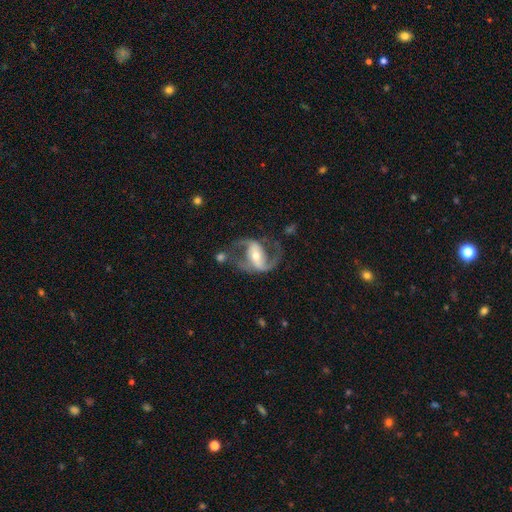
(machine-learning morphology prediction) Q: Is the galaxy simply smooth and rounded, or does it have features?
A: featured or disk — 88%.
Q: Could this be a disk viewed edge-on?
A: no — 97%.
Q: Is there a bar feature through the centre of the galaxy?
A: strong — 51%.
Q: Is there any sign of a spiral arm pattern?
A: yes — 94%.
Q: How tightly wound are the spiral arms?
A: medium — 50%.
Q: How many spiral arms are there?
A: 2 — 90%.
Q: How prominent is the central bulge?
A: moderate — 55%.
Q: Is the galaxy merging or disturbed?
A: none — 62%.